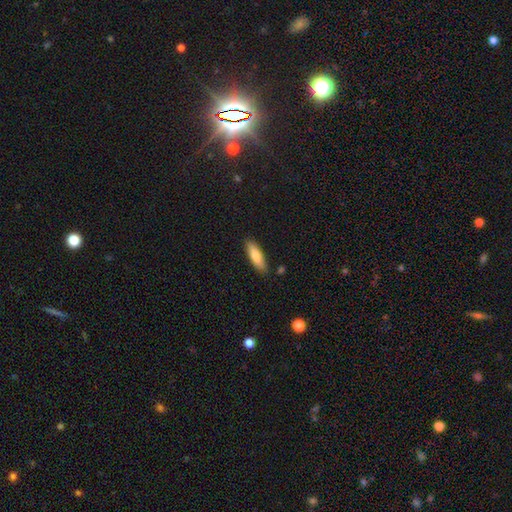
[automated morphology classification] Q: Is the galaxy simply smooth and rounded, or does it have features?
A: smooth — 77%.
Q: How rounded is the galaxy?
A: cigar-shaped — 50%.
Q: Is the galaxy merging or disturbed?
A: none — 85%.